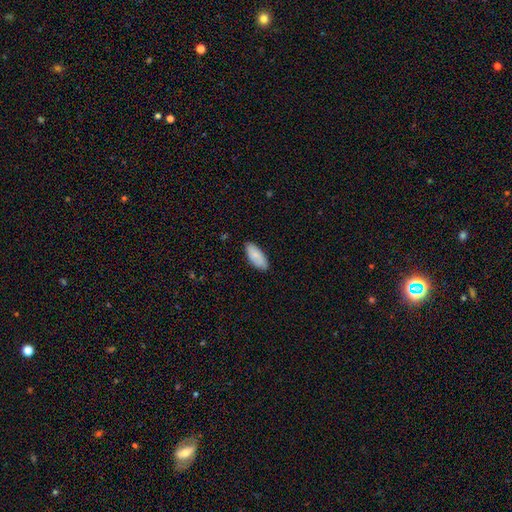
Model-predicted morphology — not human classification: Smooth or featured: smooth — 80% (featured or disk — 14%)
How rounded: in between — 87% (cigar-shaped — 11%)
Merging: none — 84% (minor disturbance — 13%)